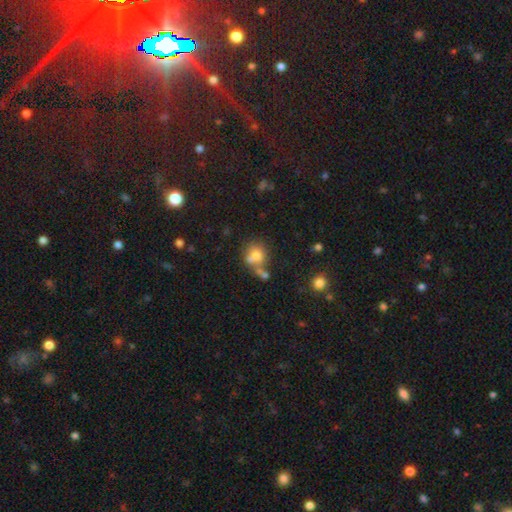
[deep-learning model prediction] smooth-or-featured: smooth: 72% | featured or disk: 16% | star or artifact: 12%
  how-rounded: round: 78% | in between: 21% | cigar-shaped: 1%
  merging: none: 46% | merger: 33% | minor disturbance: 14% | major disturbance: 7%